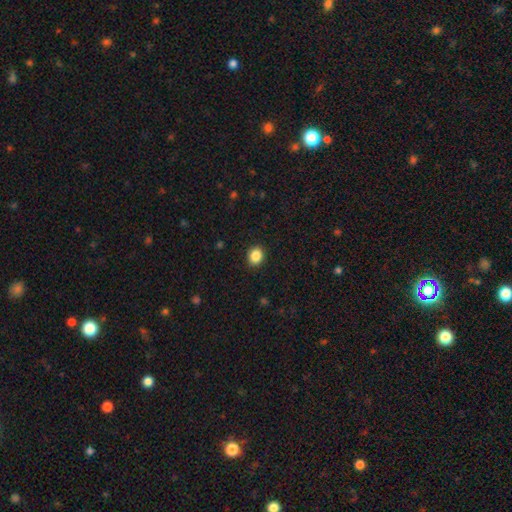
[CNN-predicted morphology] A smooth galaxy with no disk features (87%) that is round (69%).

Vote fractions:
- Smooth or featured? smooth: 87% / star or artifact: 10% / featured or disk: 3%
- How rounded? round: 69% / in between: 30% / cigar-shaped: 1%
- Merging? none: 91% / minor disturbance: 6% / major disturbance: 2% / merger: 1%